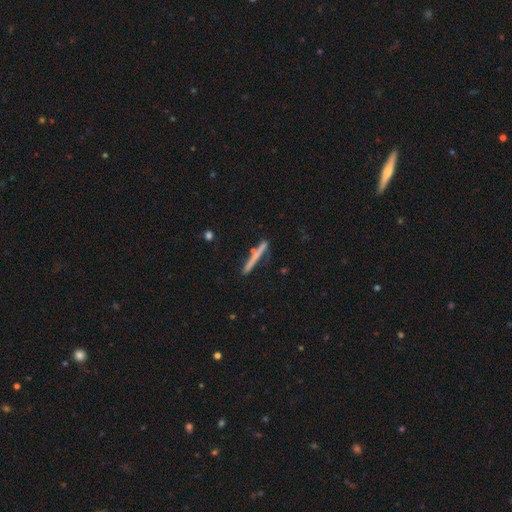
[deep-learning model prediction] Smooth or featured?
  - smooth: 53% *
  - featured or disk: 41%
  - star or artifact: 7%
How rounded?
  - cigar-shaped: 96% *
  - in between: 2%
  - round: 2%
Merging?
  - none: 82% *
  - minor disturbance: 11%
  - merger: 5%
  - major disturbance: 2%